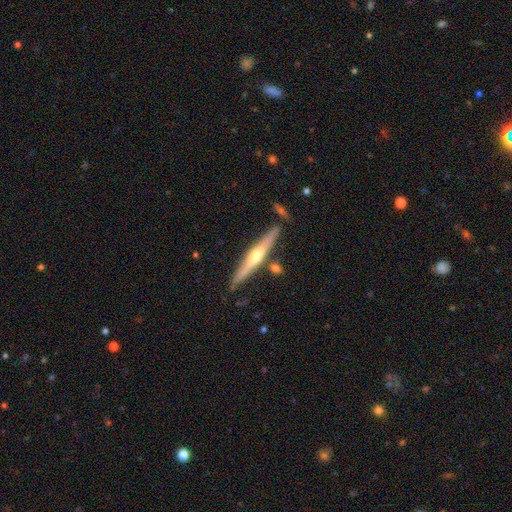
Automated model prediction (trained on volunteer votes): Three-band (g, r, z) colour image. It shows a featured or disk galaxy (67%) viewed edge-on (95%) with a rounded central bulge (87%). Merging: none (80%).